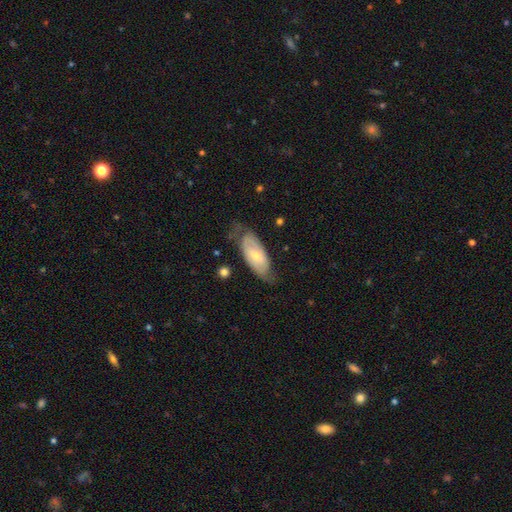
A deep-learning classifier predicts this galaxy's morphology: Smooth or featured? Predicted: featured or disk (p=0.51). Edge-on disk? Predicted: no (p=0.86). Merging? Predicted: none (p=0.57).